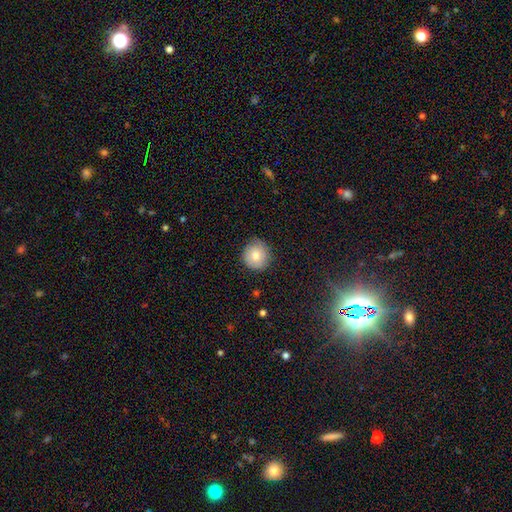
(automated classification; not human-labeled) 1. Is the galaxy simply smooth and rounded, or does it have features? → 78% smooth, 14% featured or disk, 8% star or artifact.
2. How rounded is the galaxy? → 91% round, 8% in between, 1% cigar-shaped.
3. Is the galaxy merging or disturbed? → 82% none, 14% minor disturbance, 3% major disturbance, 1% merger.